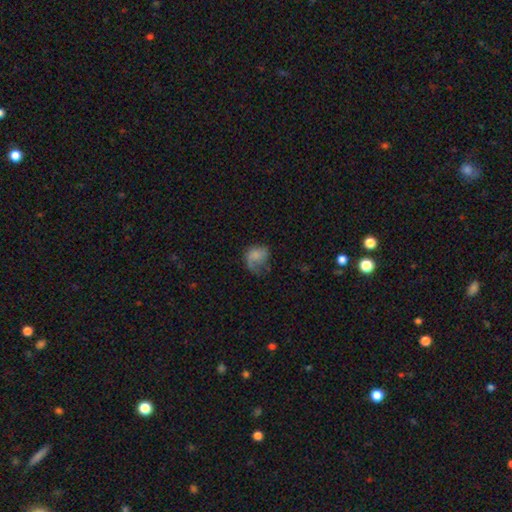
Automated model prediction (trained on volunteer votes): Smooth or featured? Predicted: smooth (p=0.66). How rounded? Predicted: in between (p=0.53). Merging? Predicted: major disturbance (p=0.36).